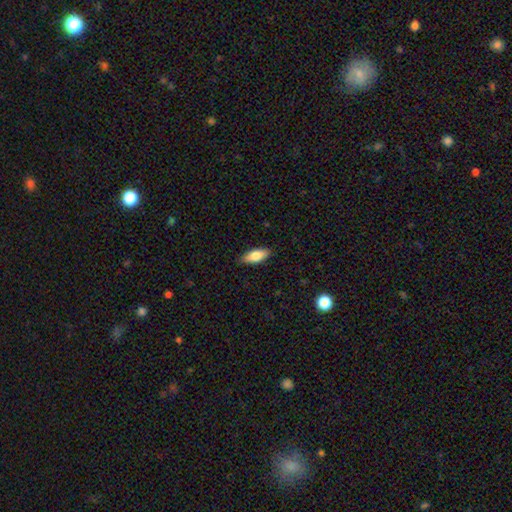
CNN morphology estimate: type=smooth (81%); roundness=in between (80%); merging=none (86%).